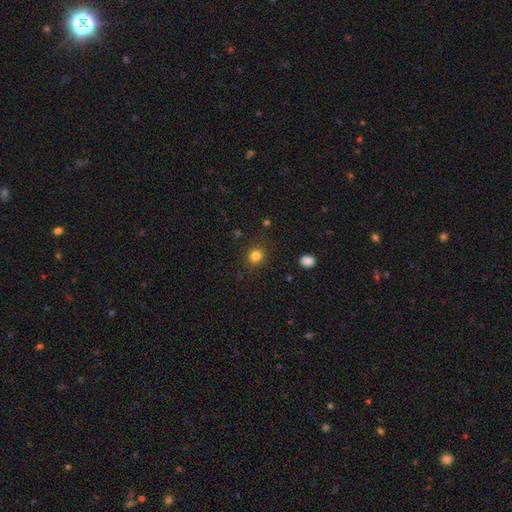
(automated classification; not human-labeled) Smooth or featured: smooth — 82% (star or artifact — 13%)
How rounded: round — 86% (in between — 13%)
Merging: none — 88% (minor disturbance — 8%)